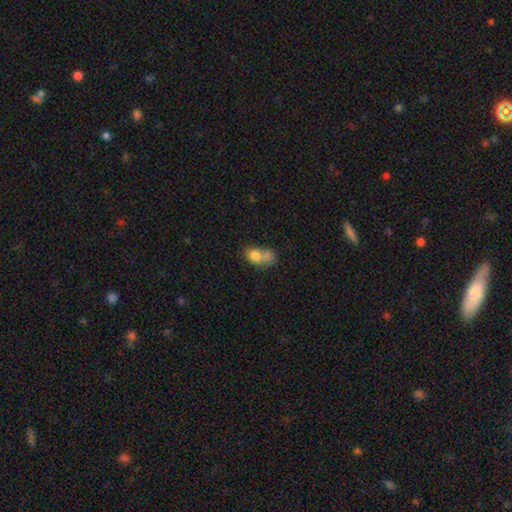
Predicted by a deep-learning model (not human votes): Smooth or featured?
  - smooth: 75% *
  - featured or disk: 15%
  - star or artifact: 9%
How rounded?
  - in between: 64% *
  - round: 34%
  - cigar-shaped: 2%
Merging?
  - merger: 59% *
  - none: 22%
  - minor disturbance: 11%
  - major disturbance: 8%